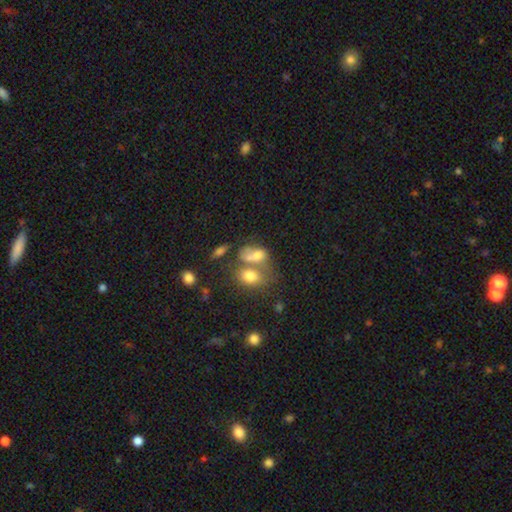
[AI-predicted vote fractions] Q: Smooth or featured?
A: smooth (65%); runner-up: featured or disk (21%)
Q: How rounded?
A: in between (78%); runner-up: round (19%)
Q: Merging?
A: merger (55%); runner-up: none (21%)